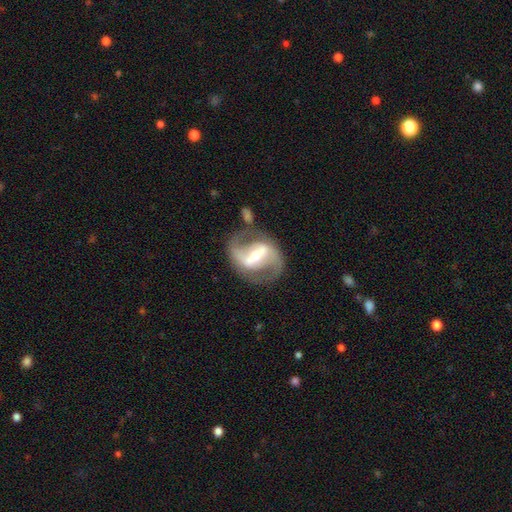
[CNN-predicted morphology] smooth_or_featured: featured or disk (p=0.86) [alt: smooth p=0.09]
disk_edge_on: no (p=0.95) [alt: yes p=0.05]
bar: strong (p=0.74) [alt: weak p=0.19]
has_spiral_arms: yes (p=0.84) [alt: no p=0.16]
spiral_winding: medium (p=0.50) [alt: loose p=0.29]
spiral_arm_count: 2 (p=0.89) [alt: can't tell p=0.05]
bulge_size: moderate (p=0.49) [alt: small p=0.40]
merging: none (p=0.69) [alt: minor disturbance p=0.14]